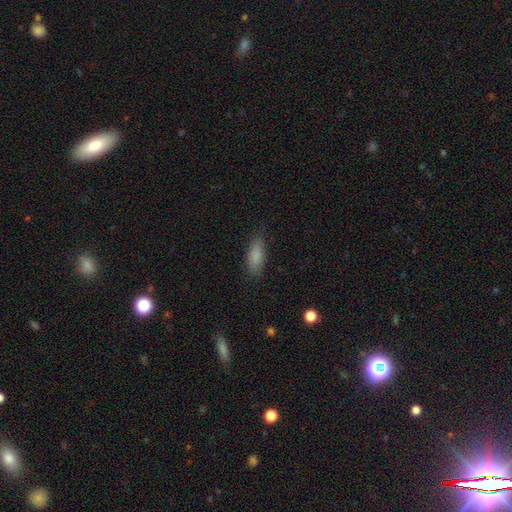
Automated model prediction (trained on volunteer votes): smooth-or-featured: smooth: 86% | star or artifact: 8% | featured or disk: 6%
  how-rounded: in between: 76% | cigar-shaped: 22% | round: 2%
  merging: none: 85% | minor disturbance: 11% | major disturbance: 3% | merger: 1%